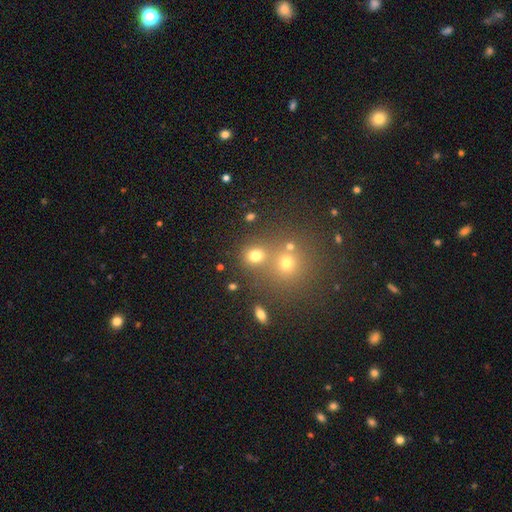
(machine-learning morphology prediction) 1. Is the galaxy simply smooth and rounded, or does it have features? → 73% smooth, 18% star or artifact, 9% featured or disk.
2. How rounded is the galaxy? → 76% round, 23% in between, 1% cigar-shaped.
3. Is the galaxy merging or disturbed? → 62% none, 24% merger, 9% minor disturbance, 4% major disturbance.